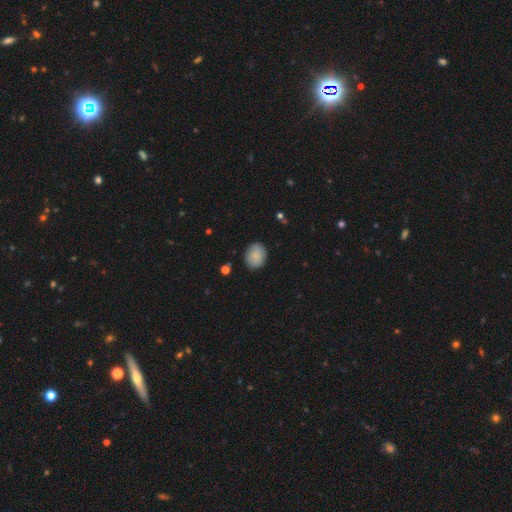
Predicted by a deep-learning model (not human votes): Smooth or featured? smooth (86%)
How rounded? in between (52%)
Merging? none (88%)